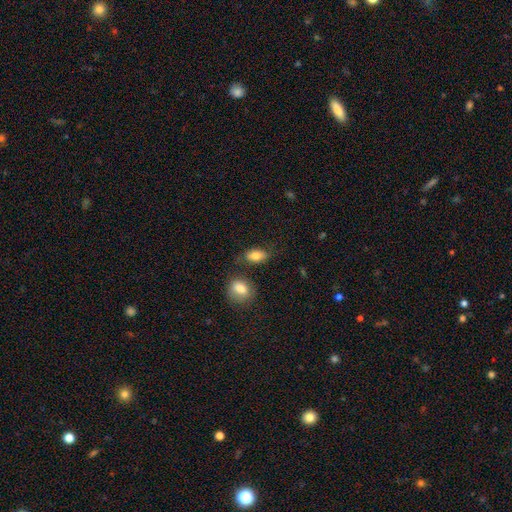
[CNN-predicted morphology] Q: Smooth or featured?
A: smooth (81%); runner-up: featured or disk (11%)
Q: How rounded?
A: in between (86%); runner-up: round (10%)
Q: Merging?
A: none (67%); runner-up: minor disturbance (16%)